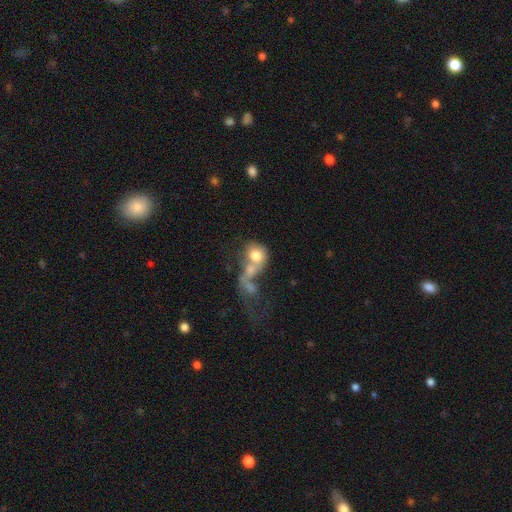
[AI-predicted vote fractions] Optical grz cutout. It shows a smooth galaxy with no disk features (63%) that is round (58%). Merging: merger (66%).